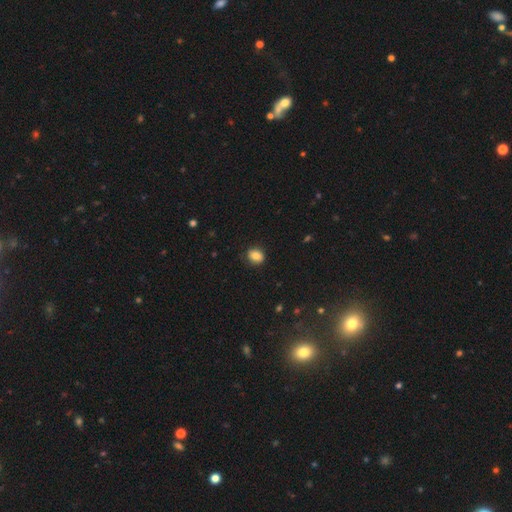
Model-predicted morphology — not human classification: A smooth galaxy with no disk features (85%) that is round (57%).

Vote fractions:
- Smooth or featured? smooth: 85% / star or artifact: 9% / featured or disk: 6%
- How rounded? round: 57% / in between: 42% / cigar-shaped: 1%
- Merging? none: 83% / minor disturbance: 13% / major disturbance: 3% / merger: 1%